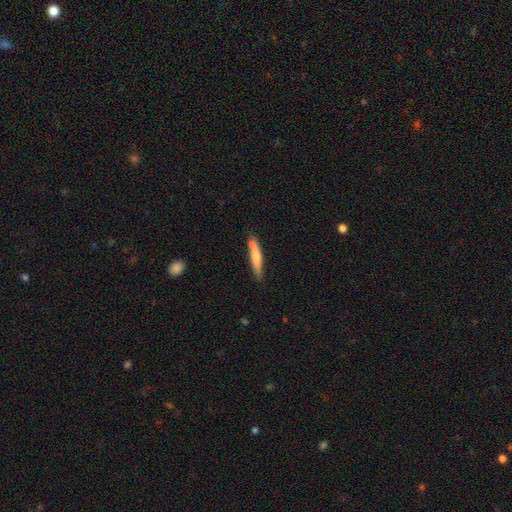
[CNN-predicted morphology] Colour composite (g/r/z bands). It shows a smooth galaxy with no disk features (70%) that is cigar-shaped (89%). Merging: none (71%).